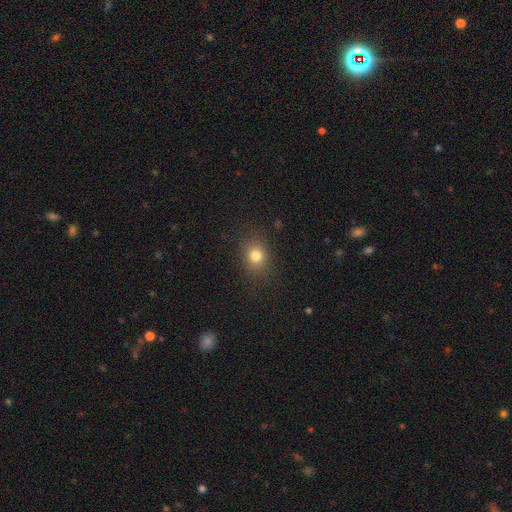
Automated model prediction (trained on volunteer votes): Q: Smooth or featured?
A: smooth (79%); runner-up: star or artifact (14%)
Q: How rounded?
A: round (61%); runner-up: in between (38%)
Q: Merging?
A: none (85%); runner-up: minor disturbance (10%)